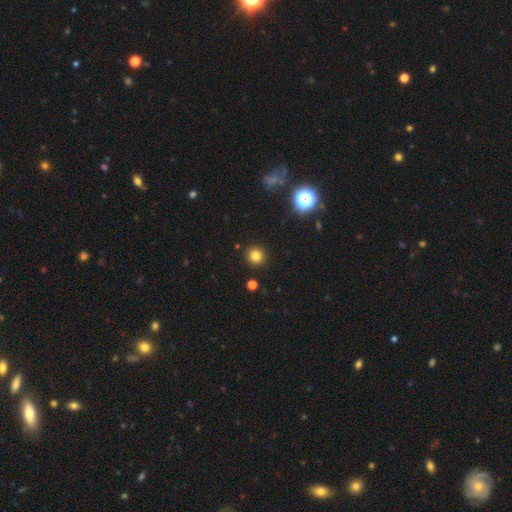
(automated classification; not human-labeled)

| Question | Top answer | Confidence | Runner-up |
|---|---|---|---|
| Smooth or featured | smooth | 80% | star or artifact (15%) |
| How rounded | round | 94% | in between (5%) |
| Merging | none | 92% | minor disturbance (5%) |